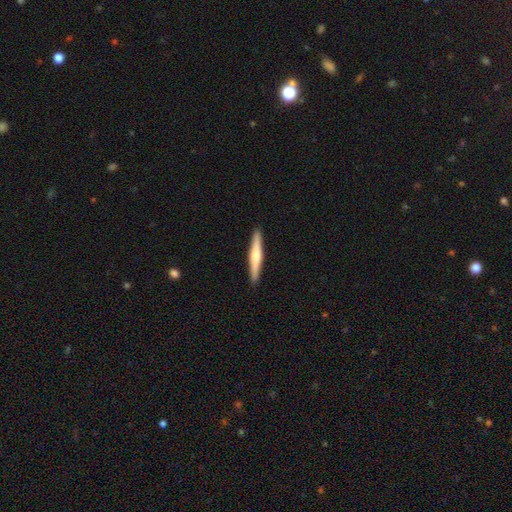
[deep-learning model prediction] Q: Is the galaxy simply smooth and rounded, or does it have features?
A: featured or disk — 53%.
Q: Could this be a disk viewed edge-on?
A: yes — 98%.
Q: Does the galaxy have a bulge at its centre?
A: rounded — 78%.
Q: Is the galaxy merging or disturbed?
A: none — 92%.